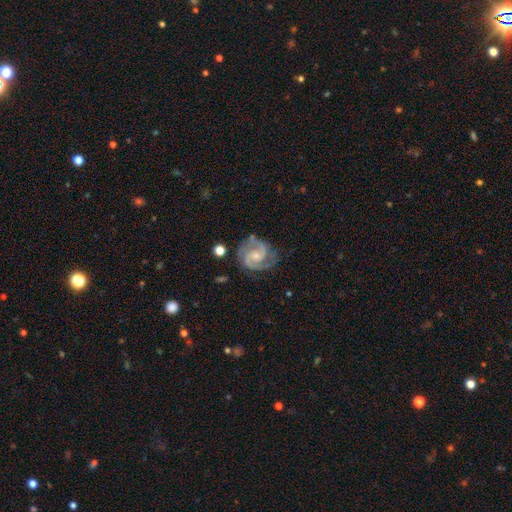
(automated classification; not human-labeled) smooth-or-featured: featured or disk: 91% | smooth: 5% | star or artifact: 5%
  disk-edge-on: no: 98% | yes: 2%
    bar: no: 56% | weak: 36% | strong: 8%
    has-spiral-arms: yes: 98% | no: 2%
      spiral-winding: medium: 55% | tight: 36% | loose: 9%
      spiral-arm-count: 2: 86% | 3: 7% | can't tell: 3% | 1: 1% | 4: 1% | more than 4: 1%
    bulge-size: small: 63% | moderate: 31% | none: 4% | large: 1% | dominant: 1%
  merging: none: 75% | minor disturbance: 17% | major disturbance: 6% | merger: 2%